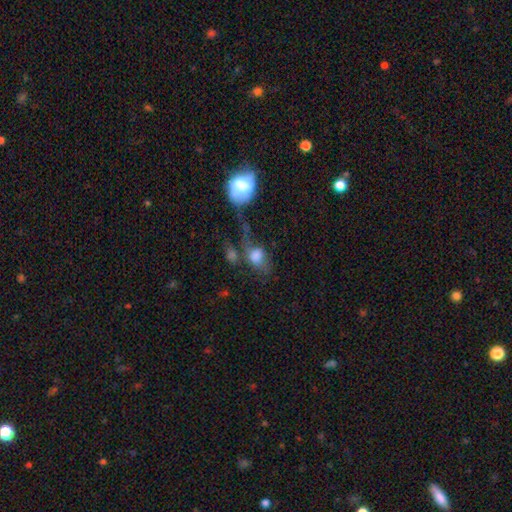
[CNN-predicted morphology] The model was most divided on "merging": merger: 32%, major disturbance: 28%, none: 24%, minor disturbance: 16%. More confident: how rounded — in between (68%); smooth or featured — smooth (65%).